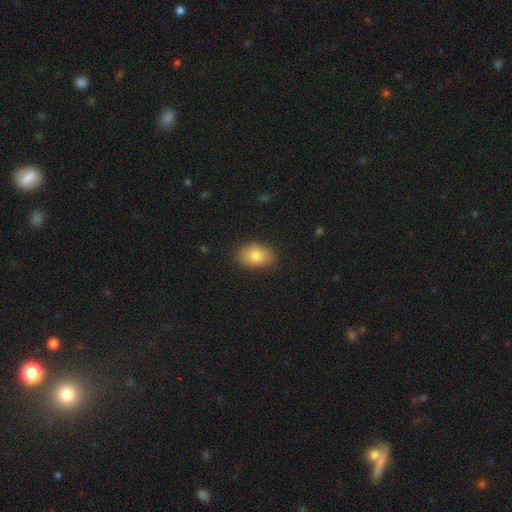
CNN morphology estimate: This is clearly a smooth galaxy (81%). How rounded: clearly in between (80%). Merging: clearly none (84%).